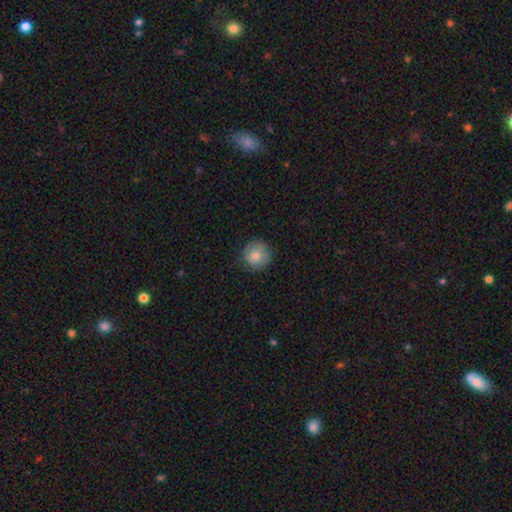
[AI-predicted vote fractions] Smooth or featured? smooth (80%)
How rounded? round (93%)
Merging? none (80%)